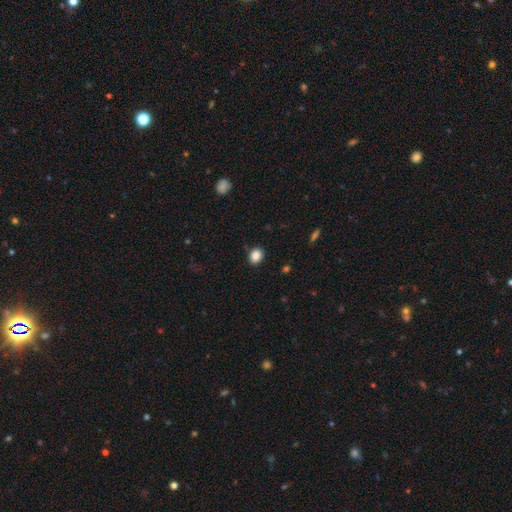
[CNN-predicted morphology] smooth_or_featured: smooth (p=0.87) [alt: star or artifact p=0.09]
how_rounded: in between (p=0.52) [alt: round p=0.47]
merging: none (p=0.87) [alt: minor disturbance p=0.10]